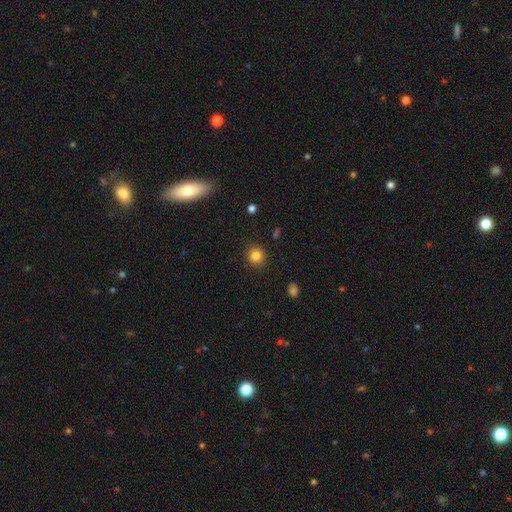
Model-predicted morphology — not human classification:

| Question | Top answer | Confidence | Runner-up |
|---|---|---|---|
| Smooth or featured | smooth | 83% | star or artifact (12%) |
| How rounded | round | 90% | in between (9%) |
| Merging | none | 90% | minor disturbance (7%) |